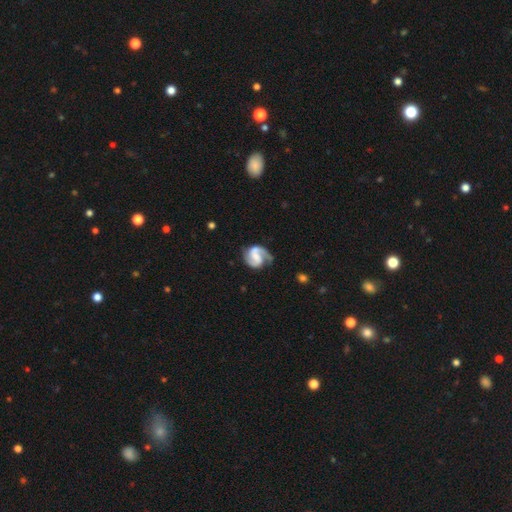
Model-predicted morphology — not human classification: Smooth or featured? Predicted: featured or disk (p=0.86). Edge-on disk? Predicted: no (p=0.98). Bar? Predicted: weak (p=0.46). Spiral arms? Predicted: yes (p=0.97). Spiral winding? Predicted: medium (p=0.50). Spiral arm count? Predicted: 2 (p=0.86). Bulge size? Predicted: none (p=0.36). Merging? Predicted: none (p=0.71).